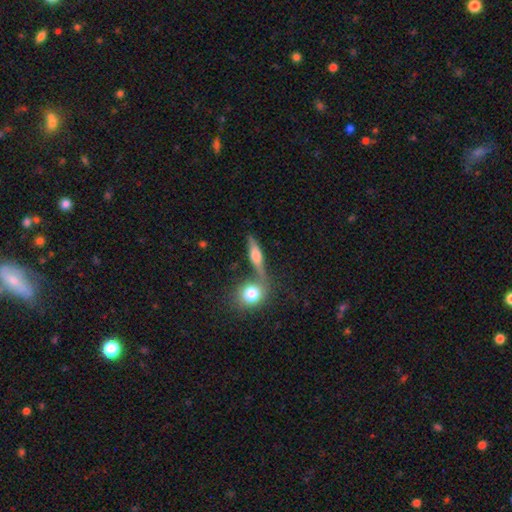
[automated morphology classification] smooth-or-featured: smooth: 48% | featured or disk: 42% | star or artifact: 10%
  merging: none: 60% | merger: 21% | minor disturbance: 14% | major disturbance: 6%